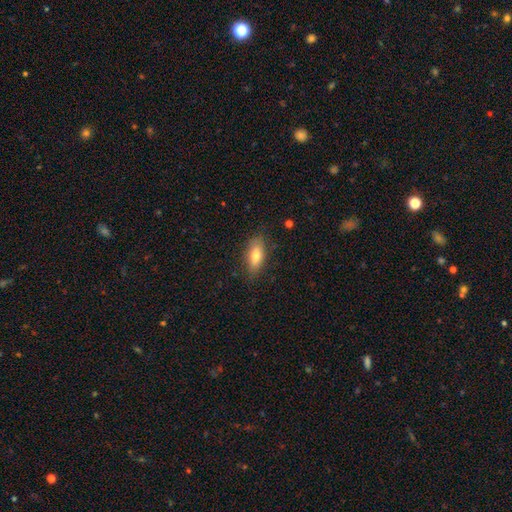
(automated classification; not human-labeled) This appears to be a smooth galaxy with no disk features (75%) that is in between round and cigar-shaped (78%). Merging: none (81%).